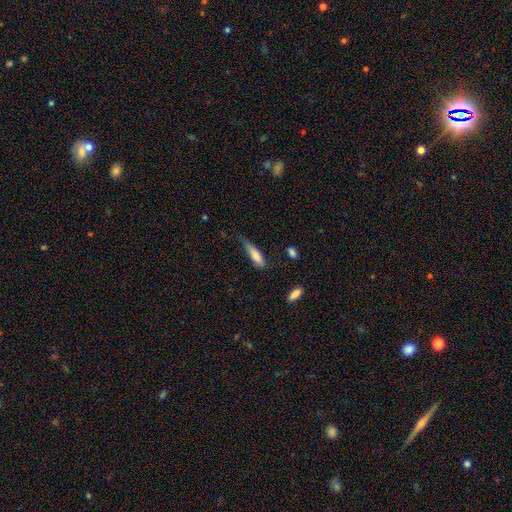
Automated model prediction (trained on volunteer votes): Smooth or featured? Predicted: smooth (p=0.76). How rounded? Predicted: cigar-shaped (p=0.64). Merging? Predicted: minor disturbance (p=0.41).